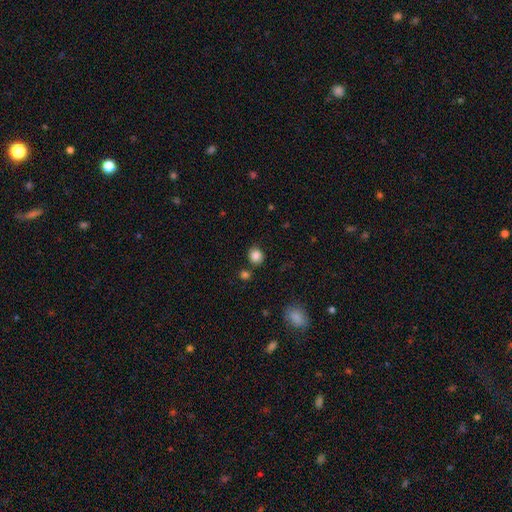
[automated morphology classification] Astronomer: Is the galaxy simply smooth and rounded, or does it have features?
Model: smooth — 85%.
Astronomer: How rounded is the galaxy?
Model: round — 80%.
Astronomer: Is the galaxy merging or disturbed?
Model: none — 81%.